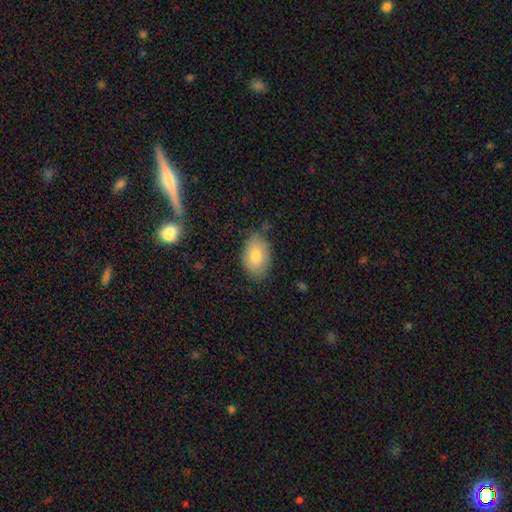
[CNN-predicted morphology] A smooth galaxy with no disk features (80%) that is in between round and cigar-shaped (91%).

Vote fractions:
- Smooth or featured? smooth: 80% / featured or disk: 13% / star or artifact: 7%
- How rounded? in between: 91% / round: 8% / cigar-shaped: 1%
- Merging? none: 74% / minor disturbance: 20% / major disturbance: 4% / merger: 2%